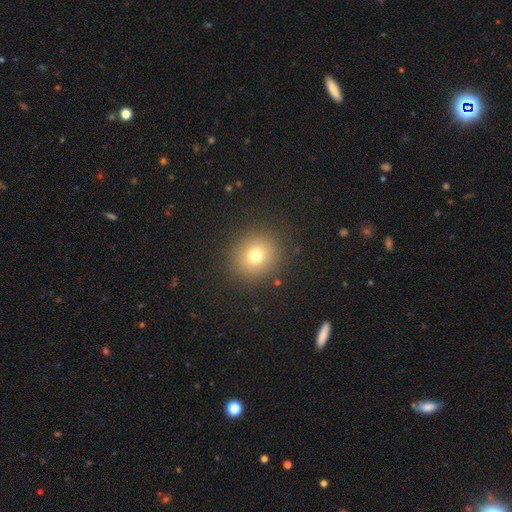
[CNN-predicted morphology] This is likely a smooth galaxy (73%). How rounded: clearly round (83%). Merging: clearly none (88%).